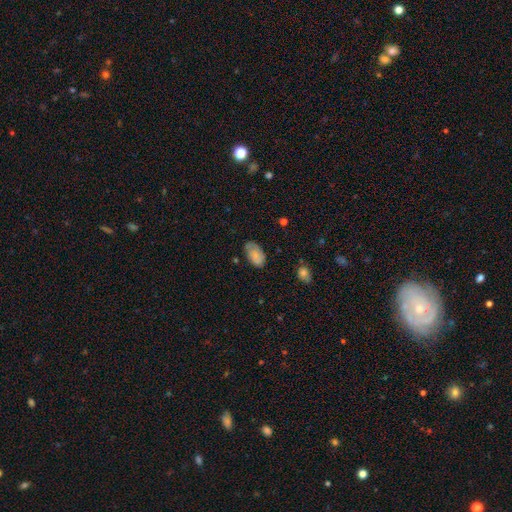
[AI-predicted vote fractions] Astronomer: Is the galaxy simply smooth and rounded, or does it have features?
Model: smooth — 69%.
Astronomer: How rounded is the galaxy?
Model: in between — 93%.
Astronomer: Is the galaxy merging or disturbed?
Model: none — 62%.